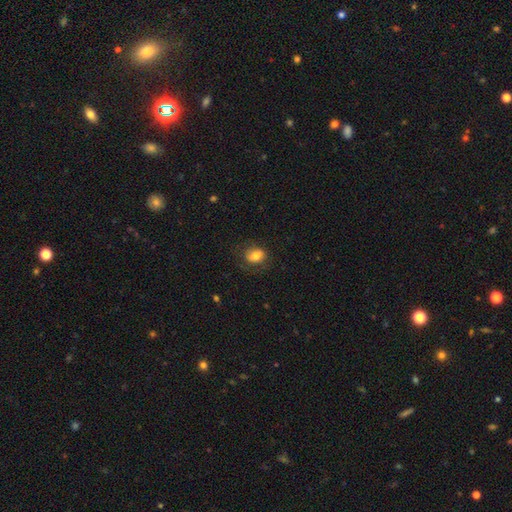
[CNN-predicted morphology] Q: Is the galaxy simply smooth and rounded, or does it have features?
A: smooth — 73%.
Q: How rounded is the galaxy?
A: in between — 58%.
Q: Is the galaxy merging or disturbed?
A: none — 71%.